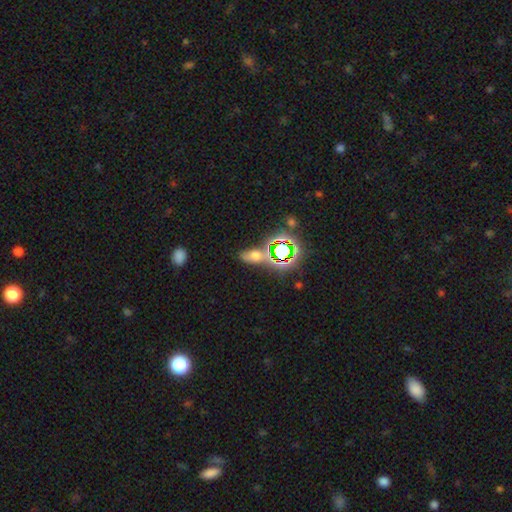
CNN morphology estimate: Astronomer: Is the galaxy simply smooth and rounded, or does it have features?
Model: smooth — 49% (runner-up: star or artifact, 37%).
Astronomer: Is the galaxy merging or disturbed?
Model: none — 62%.